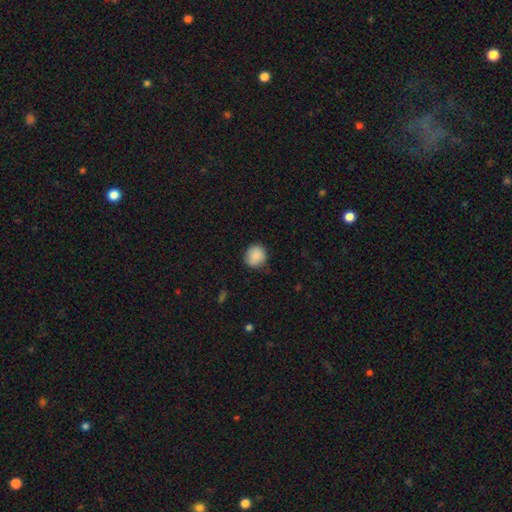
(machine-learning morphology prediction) smooth_or_featured: smooth (p=0.89) [alt: star or artifact p=0.08]
how_rounded: round (p=0.81) [alt: in between p=0.18]
merging: none (p=0.81) [alt: minor disturbance p=0.15]